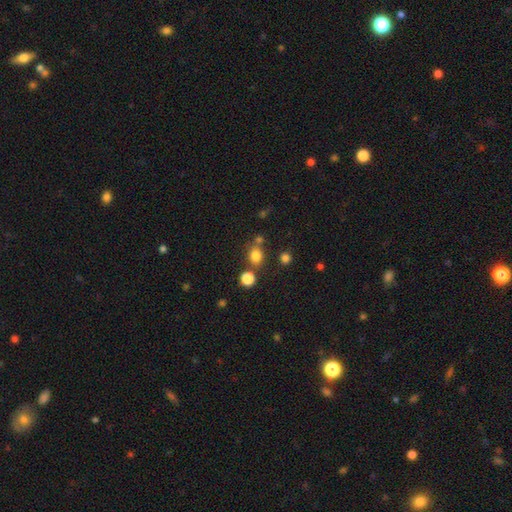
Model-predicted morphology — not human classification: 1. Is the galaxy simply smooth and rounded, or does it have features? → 79% smooth, 15% star or artifact, 6% featured or disk.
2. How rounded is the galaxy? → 64% round, 35% in between, 1% cigar-shaped.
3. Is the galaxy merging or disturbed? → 69% none, 15% merger, 11% minor disturbance, 4% major disturbance.